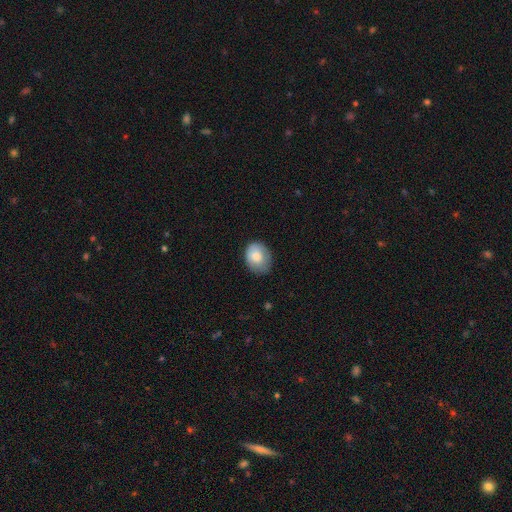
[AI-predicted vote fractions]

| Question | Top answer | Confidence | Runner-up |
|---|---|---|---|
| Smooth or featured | smooth | 81% | featured or disk (13%) |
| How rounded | in between | 61% | round (38%) |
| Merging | none | 68% | minor disturbance (25%) |